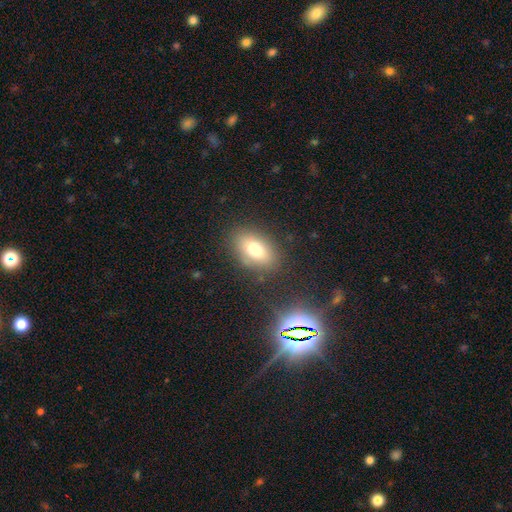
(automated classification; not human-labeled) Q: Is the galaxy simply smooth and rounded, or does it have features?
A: smooth — 67%.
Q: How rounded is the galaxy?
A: in between — 84%.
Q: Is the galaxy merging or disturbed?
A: none — 84%.